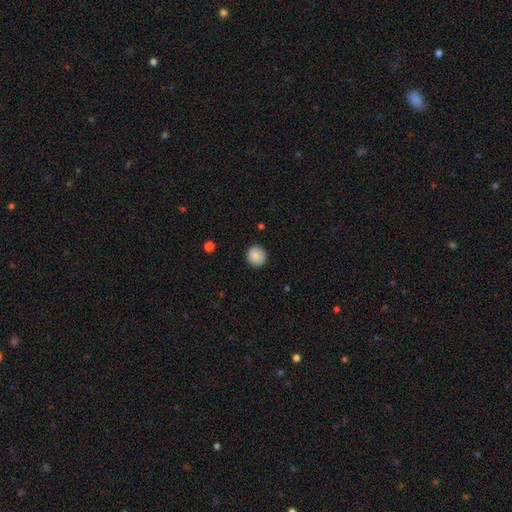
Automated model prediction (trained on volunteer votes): Overall: smooth (87%). How rounded: round (90%). Merging: none (89%).